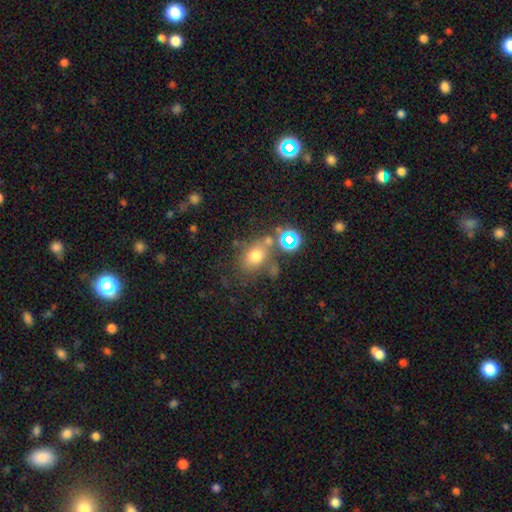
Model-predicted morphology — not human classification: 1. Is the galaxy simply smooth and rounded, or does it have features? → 64% smooth, 21% star or artifact, 15% featured or disk.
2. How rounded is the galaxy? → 54% in between, 44% round, 2% cigar-shaped.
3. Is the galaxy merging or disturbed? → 50% none, 22% merger, 17% minor disturbance, 10% major disturbance.